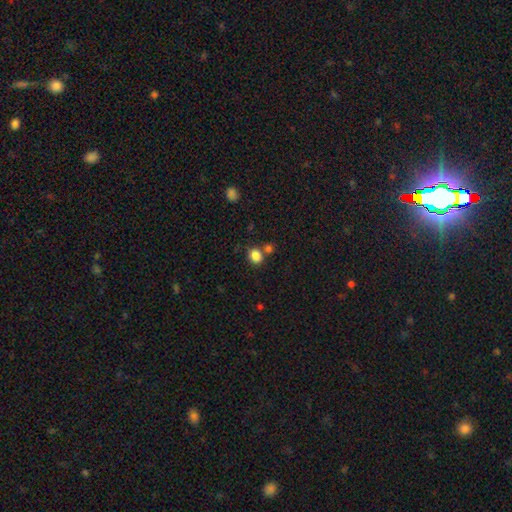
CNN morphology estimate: Smooth or featured: smooth — 85% (star or artifact — 11%)
How rounded: round — 57% (in between — 42%)
Merging: none — 63% (merger — 23%)